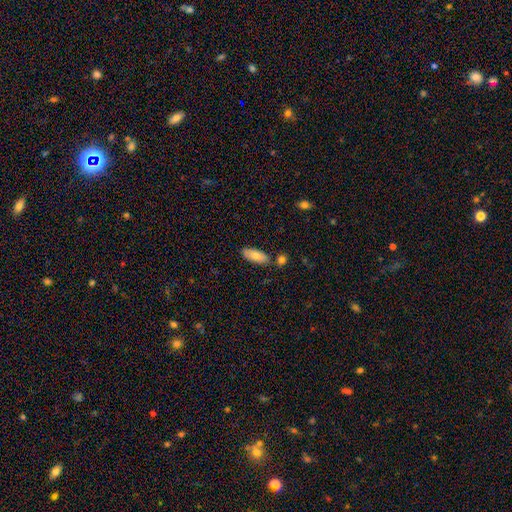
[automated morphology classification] A smooth galaxy with no disk features (77%) that is in between round and cigar-shaped (81%).

Vote fractions:
- Smooth or featured? smooth: 77% / featured or disk: 17% / star or artifact: 6%
- How rounded? in between: 81% / cigar-shaped: 16% / round: 2%
- Merging? none: 78% / minor disturbance: 13% / merger: 6% / major disturbance: 2%